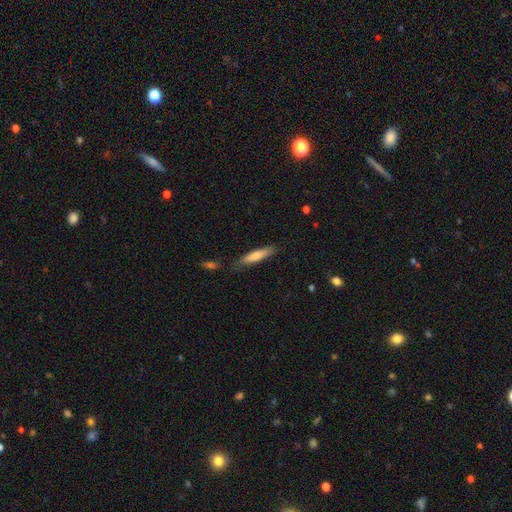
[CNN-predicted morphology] This appears to be a smooth galaxy with no disk features (77%) that is cigar-shaped (82%). Merging: none (74%).